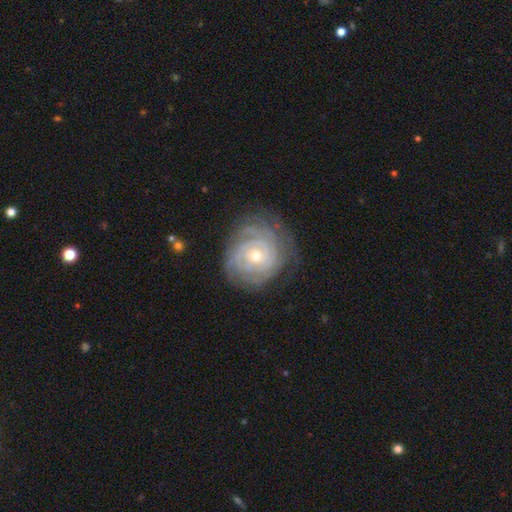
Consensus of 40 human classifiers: smooth-or-featured: featured or disk: 82% | smooth: 15% | star or artifact: 2%
  disk-edge-on: no: 100% | yes: 0%
    bar: no: 79% | weak: 12% | strong: 9%
    has-spiral-arms: yes: 97% | no: 3%
      spiral-winding: tight: 84% | medium: 12% | loose: 3%
      spiral-arm-count: can't tell: 38% | more than 4: 19% | 3: 16% | 4: 16% | 2: 9% | 1: 3%
    bulge-size: moderate: 48% | small: 45% | large: 6% | dominant: 0% | none: 0%
  merging: none: 59% | minor disturbance: 28% | major disturbance: 10% | merger: 3%